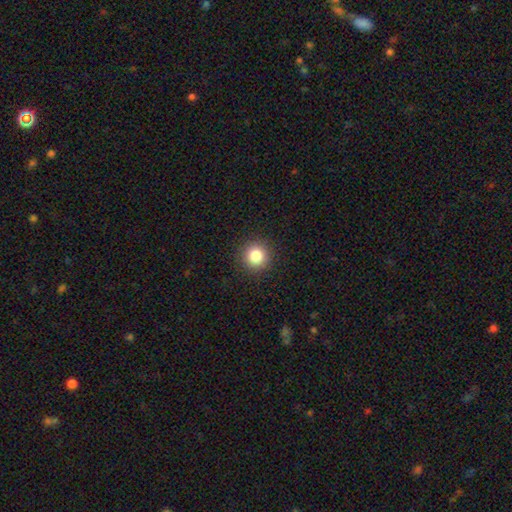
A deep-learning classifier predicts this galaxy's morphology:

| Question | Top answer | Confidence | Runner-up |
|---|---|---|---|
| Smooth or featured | smooth | 83% | star or artifact (11%) |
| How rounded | round | 94% | in between (5%) |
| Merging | none | 92% | minor disturbance (5%) |